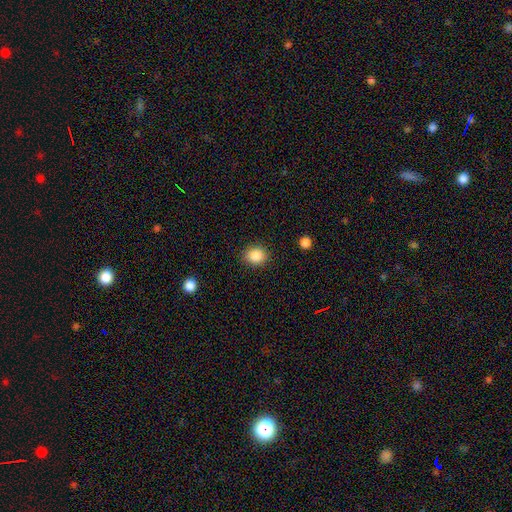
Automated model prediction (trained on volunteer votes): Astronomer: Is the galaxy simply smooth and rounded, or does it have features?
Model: smooth — 87%.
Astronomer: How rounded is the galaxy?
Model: round — 71%.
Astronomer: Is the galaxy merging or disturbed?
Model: none — 88%.